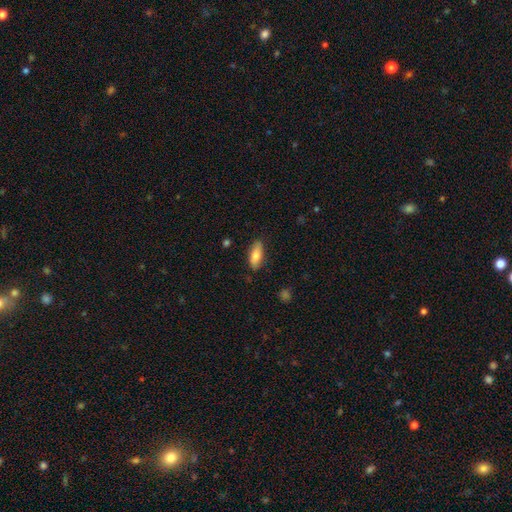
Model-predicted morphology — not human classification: Smooth or featured?
  - smooth: 77% *
  - featured or disk: 17%
  - star or artifact: 6%
How rounded?
  - in between: 71% *
  - cigar-shaped: 27%
  - round: 2%
Merging?
  - none: 83% *
  - minor disturbance: 13%
  - major disturbance: 2%
  - merger: 1%